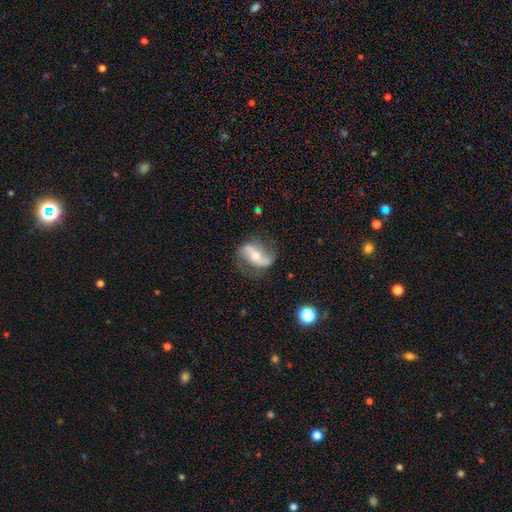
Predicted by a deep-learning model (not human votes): Smooth or featured? Predicted: featured or disk (p=0.78). Edge-on disk? Predicted: no (p=0.93). Bar? Predicted: strong (p=0.41). Spiral arms? Predicted: yes (p=0.89). Spiral winding? Predicted: loose (p=0.70). Spiral arm count? Predicted: 2 (p=0.90). Bulge size? Predicted: moderate (p=0.59). Merging? Predicted: none (p=0.71).